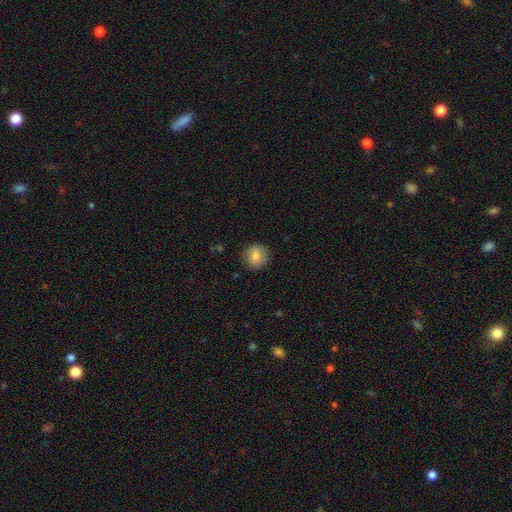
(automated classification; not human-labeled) This appears to be a smooth galaxy with no disk features (84%) that is round (88%). Merging: none (89%).